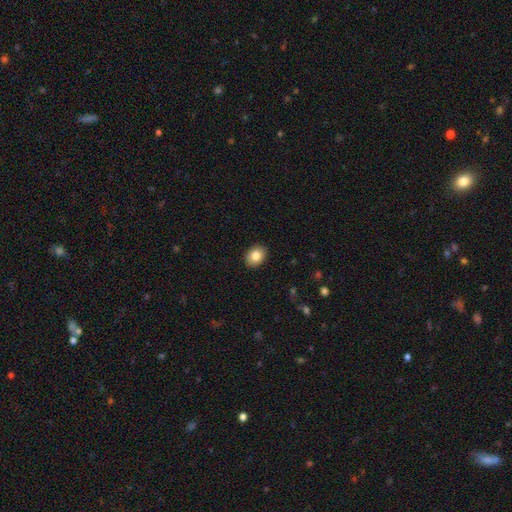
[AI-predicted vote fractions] A smooth galaxy with no disk features (84%) that is in between round and cigar-shaped (67%). Merging: none (90%).